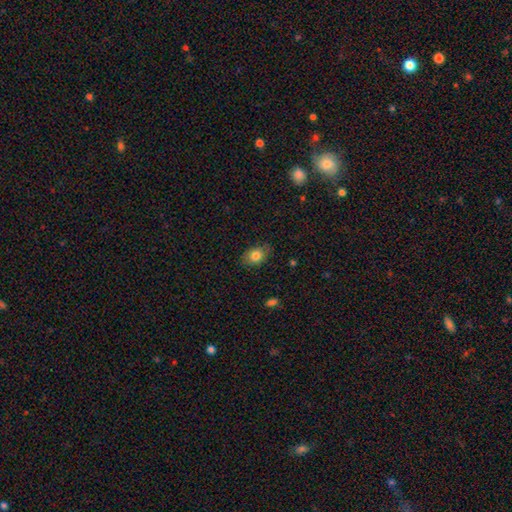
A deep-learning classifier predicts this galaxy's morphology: The model was most divided on "how rounded": in between: 73%, round: 26%, cigar-shaped: 1%. More confident: smooth or featured — smooth (81%); merging — none (78%).